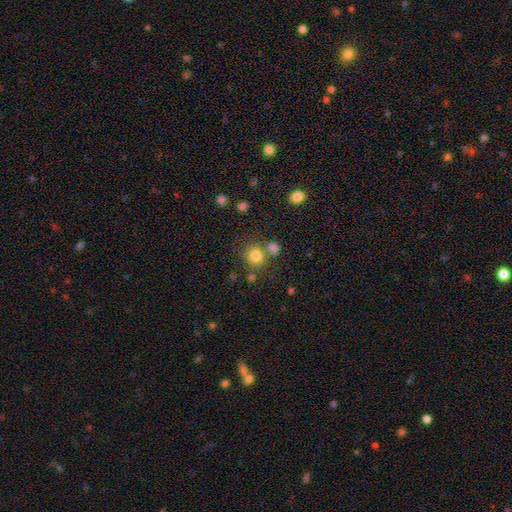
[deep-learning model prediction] Smooth or featured? Predicted: smooth (p=0.80). How rounded? Predicted: round (p=0.86). Merging? Predicted: none (p=0.67).